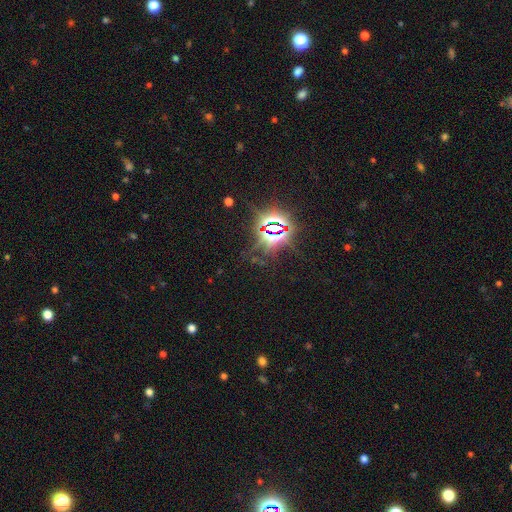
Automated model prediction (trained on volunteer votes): Smooth or featured: star or artifact — 83% (smooth — 10%)